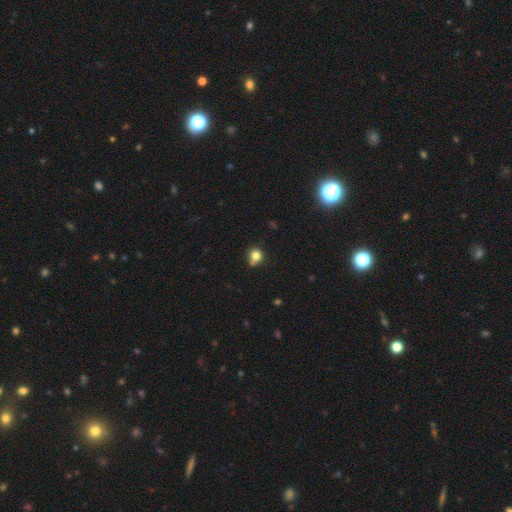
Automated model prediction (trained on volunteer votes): smooth_or_featured: smooth (p=0.78) [alt: star or artifact p=0.13]
how_rounded: round (p=0.83) [alt: in between p=0.16]
merging: none (p=0.61) [alt: minor disturbance p=0.21]